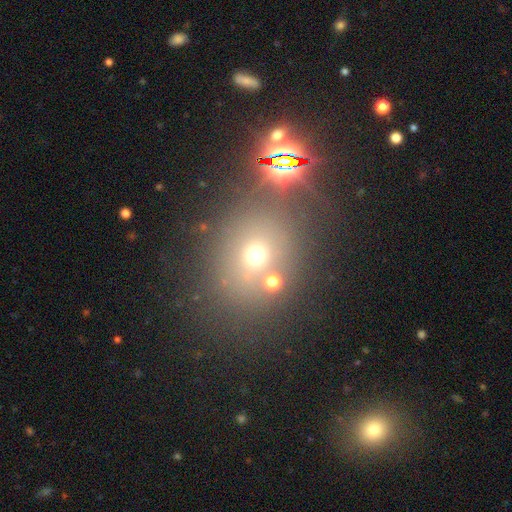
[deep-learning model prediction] smooth_or_featured: smooth (p=0.55) [alt: star or artifact p=0.32]
how_rounded: round (p=0.72) [alt: in between p=0.27]
merging: none (p=0.70) [alt: merger p=0.14]